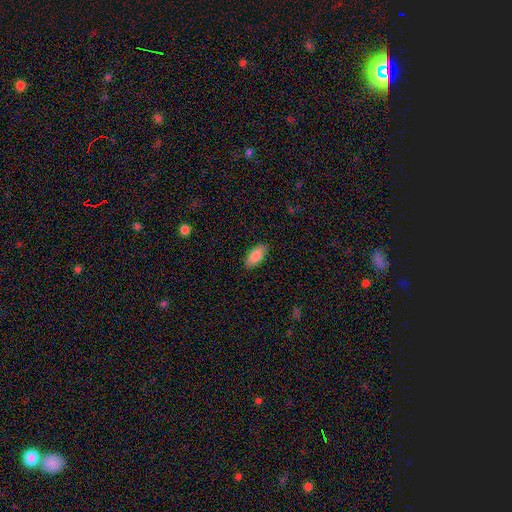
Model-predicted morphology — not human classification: Smooth or featured: smooth — 88% (featured or disk — 6%)
How rounded: in between — 90% (cigar-shaped — 8%)
Merging: none — 88% (minor disturbance — 9%)